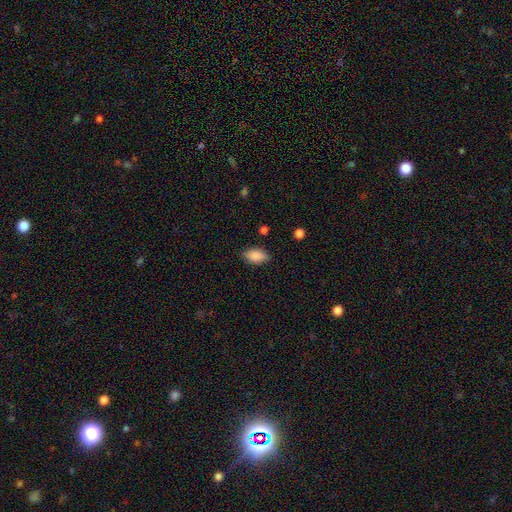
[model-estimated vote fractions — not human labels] A smooth galaxy with no disk features (85%) that is in between round and cigar-shaped (90%). Merging: none (82%).